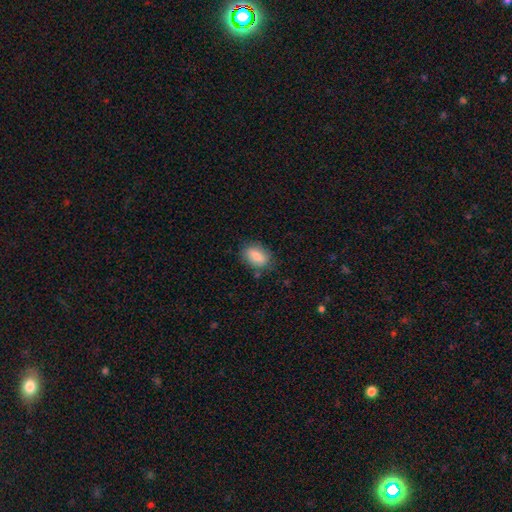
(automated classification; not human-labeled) Smooth or featured: smooth — 82% (featured or disk — 10%)
How rounded: in between — 87% (round — 10%)
Merging: none — 80% (minor disturbance — 15%)